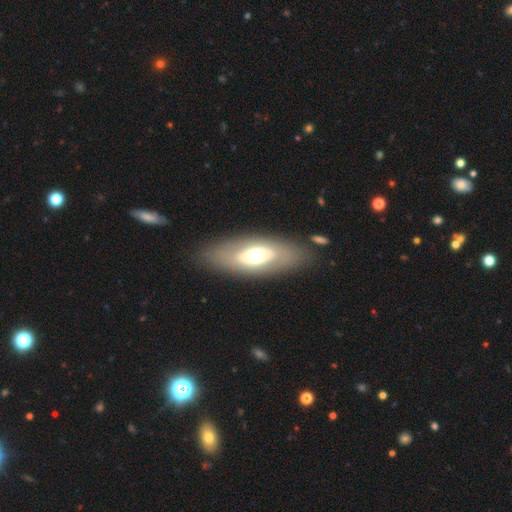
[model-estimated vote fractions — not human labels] smooth_or_featured: smooth (p=0.47) [alt: featured or disk p=0.46]
merging: none (p=0.82) [alt: minor disturbance p=0.10]